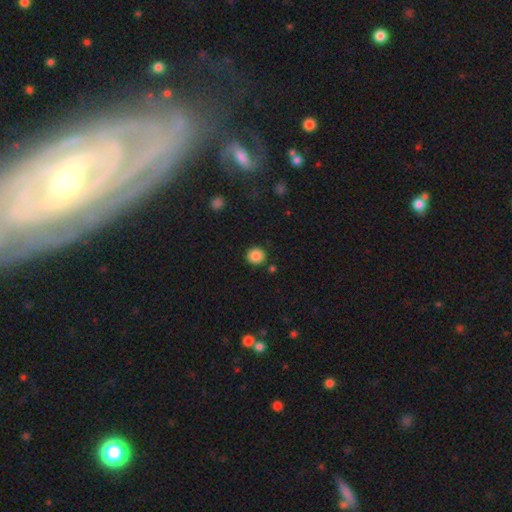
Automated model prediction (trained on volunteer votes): Q: Smooth or featured?
A: smooth (87%); runner-up: star or artifact (9%)
Q: How rounded?
A: round (89%); runner-up: in between (10%)
Q: Merging?
A: none (88%); runner-up: minor disturbance (7%)